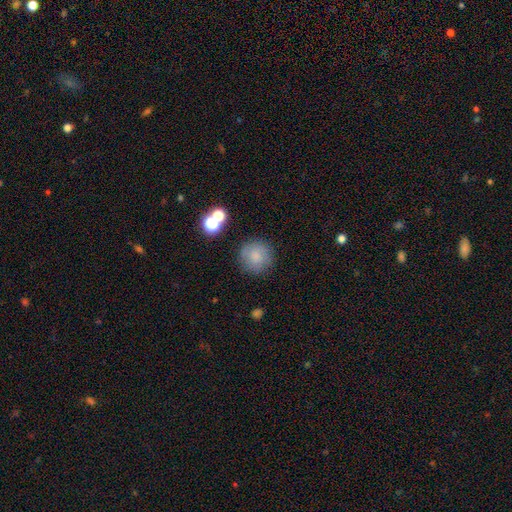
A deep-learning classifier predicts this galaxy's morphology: type=smooth (78%); roundness=round (94%); merging=none (80%).